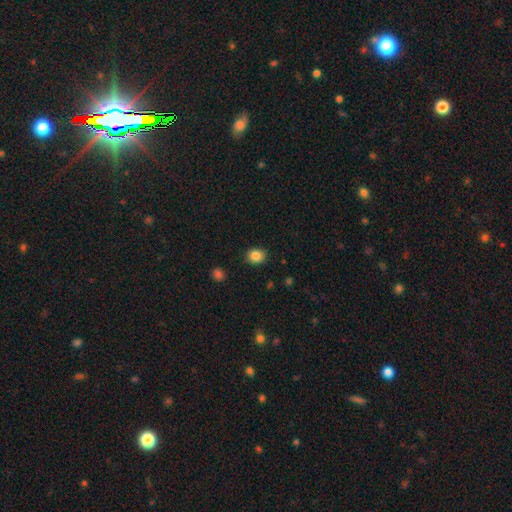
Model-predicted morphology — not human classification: type=smooth (86%); roundness=round (57%); merging=none (88%).